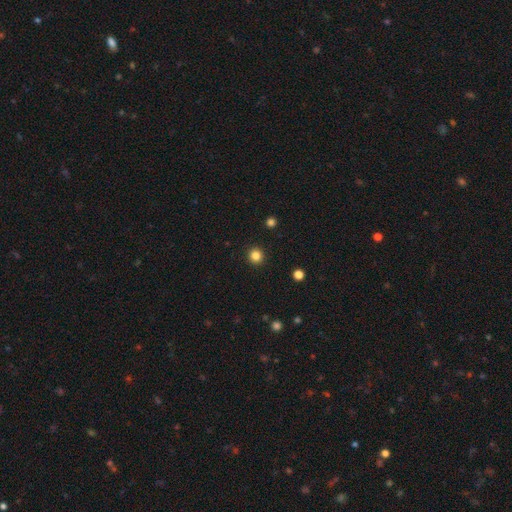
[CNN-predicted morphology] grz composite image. It shows a smooth galaxy with no disk features (84%) that is round (95%). Merging: none (93%).